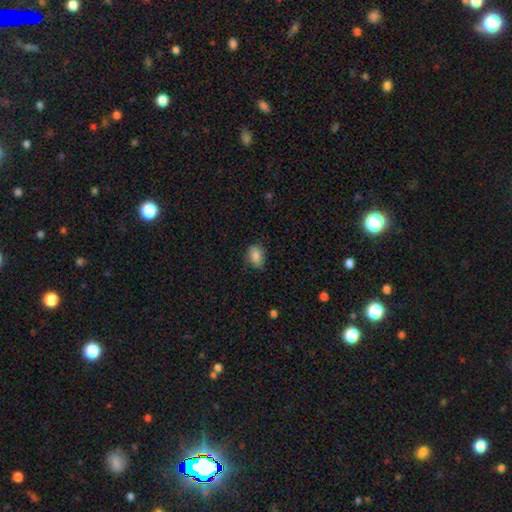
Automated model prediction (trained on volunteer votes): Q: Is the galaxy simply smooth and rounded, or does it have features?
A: smooth — 84%.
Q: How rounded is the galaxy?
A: in between — 79%.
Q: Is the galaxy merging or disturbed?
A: none — 72%.